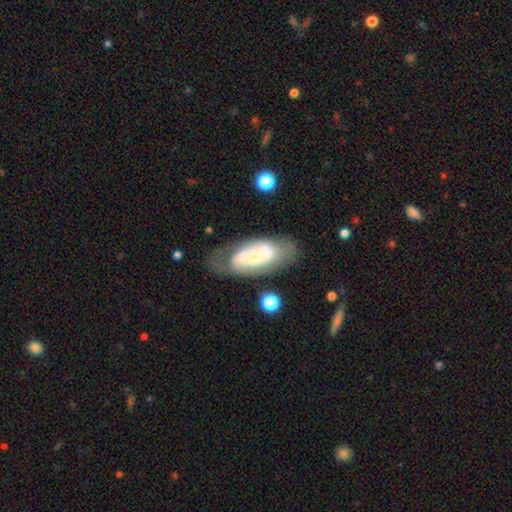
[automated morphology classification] A featured or disk galaxy (65%) with no bar (75%), spiral arms (61%) and a small central bulge (63%). Merging: none (60%).